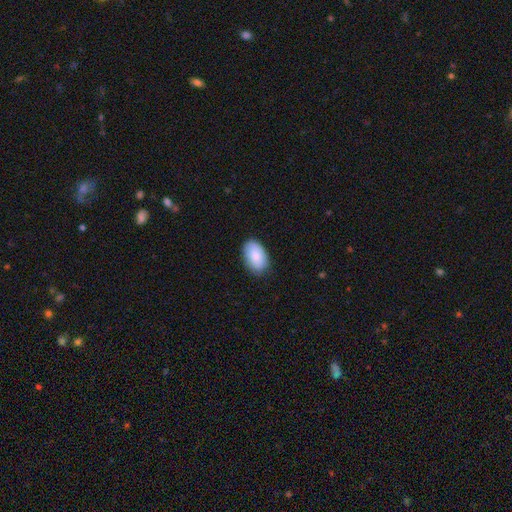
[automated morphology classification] Q: Smooth or featured?
A: smooth (84%); runner-up: featured or disk (10%)
Q: How rounded?
A: in between (93%); runner-up: round (6%)
Q: Merging?
A: none (84%); runner-up: minor disturbance (13%)